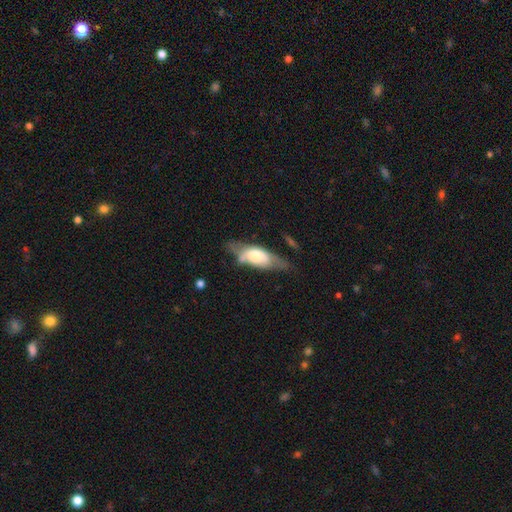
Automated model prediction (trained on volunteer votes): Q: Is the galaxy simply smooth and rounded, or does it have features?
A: smooth — 51%.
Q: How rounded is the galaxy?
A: in between — 75%.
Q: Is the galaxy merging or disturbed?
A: none — 43%.